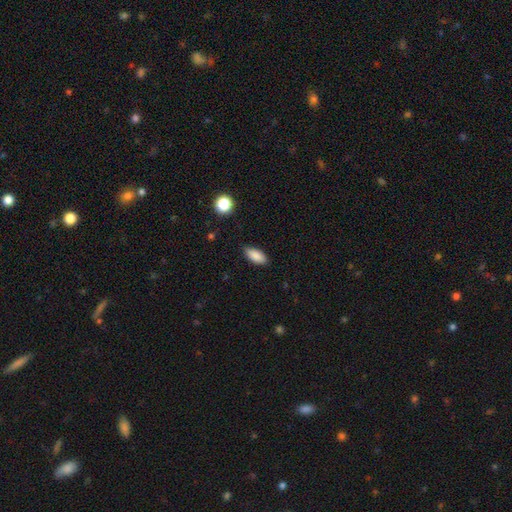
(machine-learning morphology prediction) Q: Smooth or featured?
A: smooth (88%); runner-up: star or artifact (8%)
Q: How rounded?
A: in between (88%); runner-up: cigar-shaped (10%)
Q: Merging?
A: none (84%); runner-up: minor disturbance (13%)